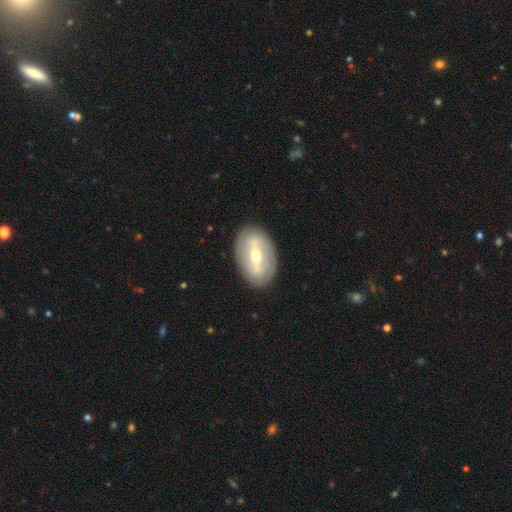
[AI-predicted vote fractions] This appears to be a featured or disk galaxy (69%) with a strong bar (59%), no spiral arms (62%) and a moderate central bulge (68%). Merging: none (86%).